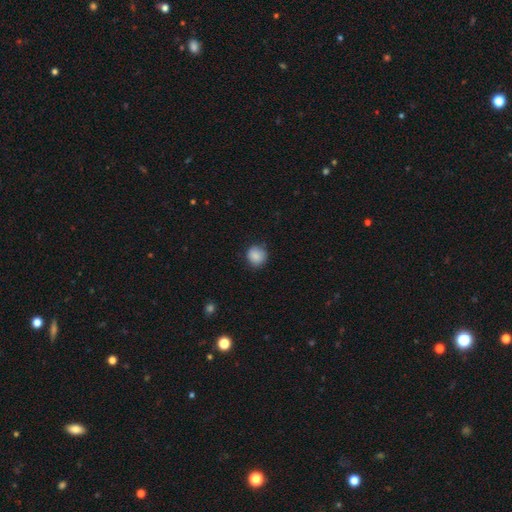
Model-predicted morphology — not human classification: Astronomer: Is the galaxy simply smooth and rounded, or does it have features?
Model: smooth — 86%.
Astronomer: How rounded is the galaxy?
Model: round — 87%.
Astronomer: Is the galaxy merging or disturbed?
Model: none — 80%.